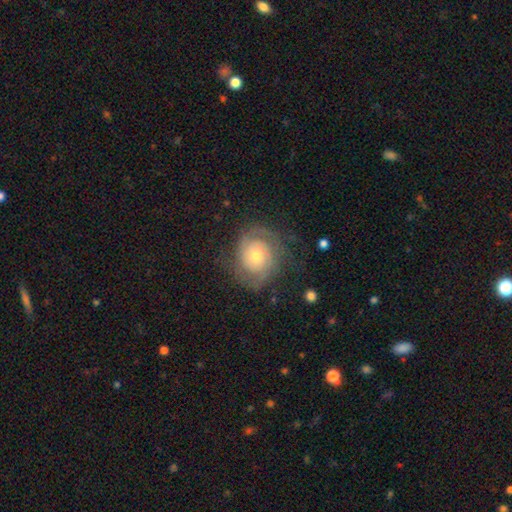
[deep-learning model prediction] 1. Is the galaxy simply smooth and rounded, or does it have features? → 80% featured or disk, 14% smooth, 6% star or artifact.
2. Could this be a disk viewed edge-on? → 97% no, 3% yes.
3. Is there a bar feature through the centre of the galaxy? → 77% no, 19% weak, 4% strong.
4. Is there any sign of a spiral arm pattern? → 94% yes, 6% no.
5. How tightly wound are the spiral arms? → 64% tight, 27% medium, 8% loose.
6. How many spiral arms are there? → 56% 2, 19% can't tell, 12% 3, 6% 1, 3% 4, 3% more than 4.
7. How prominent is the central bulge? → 61% moderate, 33% small, 4% large, 1% none, 1% dominant.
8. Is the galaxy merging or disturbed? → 71% none, 17% minor disturbance, 10% major disturbance, 1% merger.